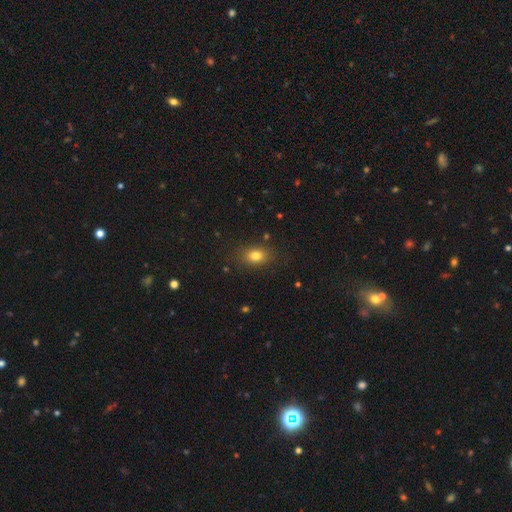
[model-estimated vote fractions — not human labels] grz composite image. It shows a smooth galaxy with no disk features (79%) that is in between round and cigar-shaped (71%). Merging: none (84%).